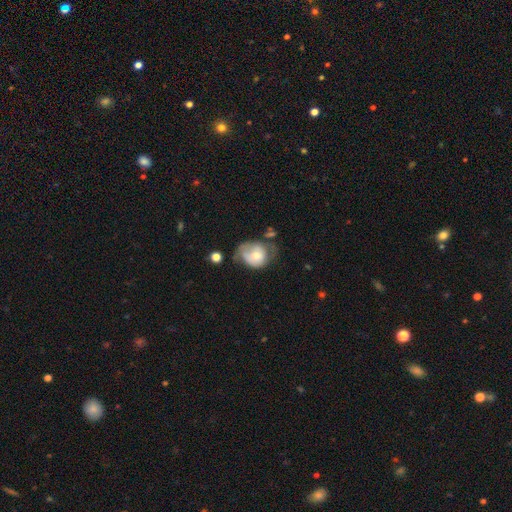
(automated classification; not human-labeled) Morphology: type=smooth (55%); roundness=round (55%); merging=minor disturbance (32%).